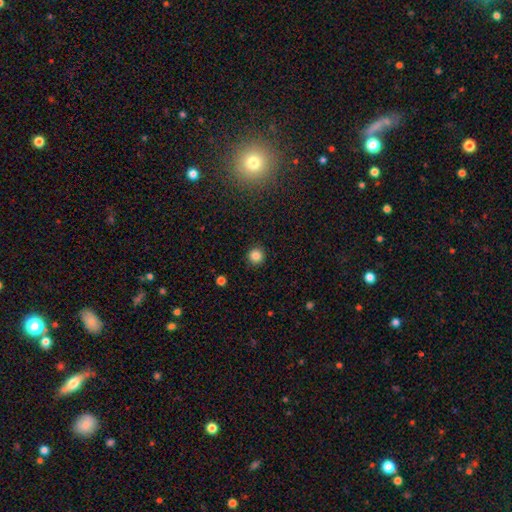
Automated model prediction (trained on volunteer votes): Smooth or featured? smooth (84%)
How rounded? round (94%)
Merging? none (91%)